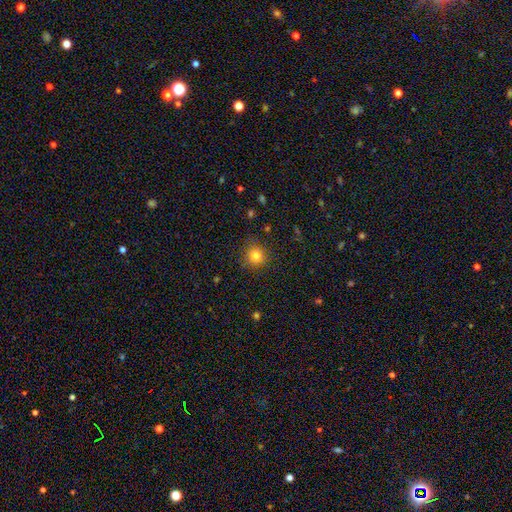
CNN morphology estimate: This appears to be a smooth galaxy with no disk features (81%) that is round (90%). Merging: none (85%).